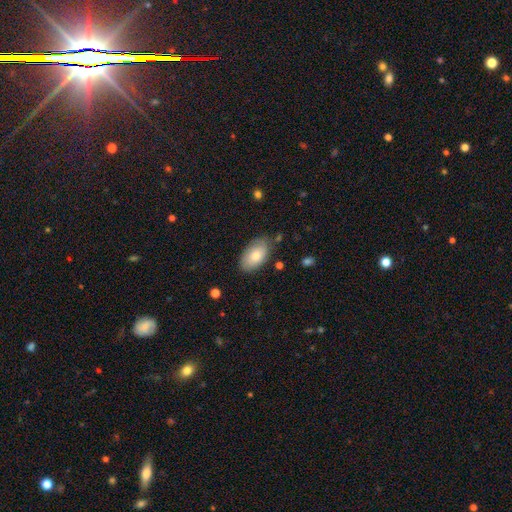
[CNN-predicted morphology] Smooth or featured: smooth — 75% (featured or disk — 19%)
How rounded: in between — 94% (round — 5%)
Merging: none — 76% (minor disturbance — 18%)